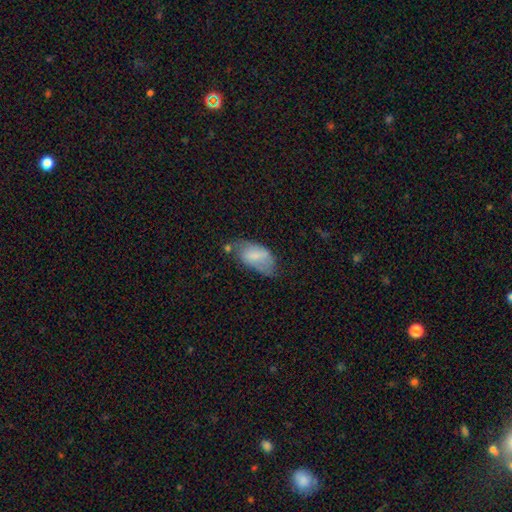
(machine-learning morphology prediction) type=smooth (65%); roundness=in between (92%); merging=none (45%).